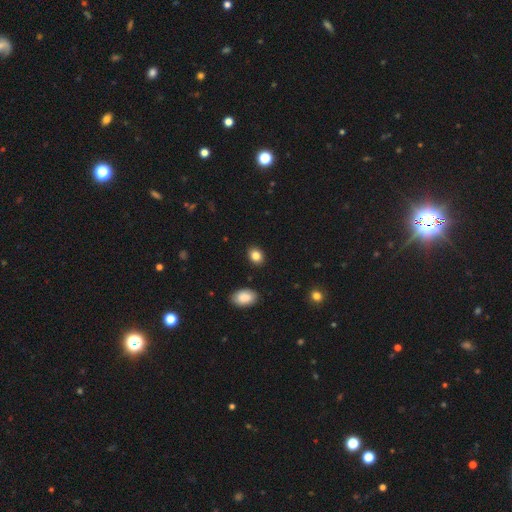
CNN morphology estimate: A smooth galaxy with no disk features (84%) that is in between round and cigar-shaped (60%). Merging: none (88%).